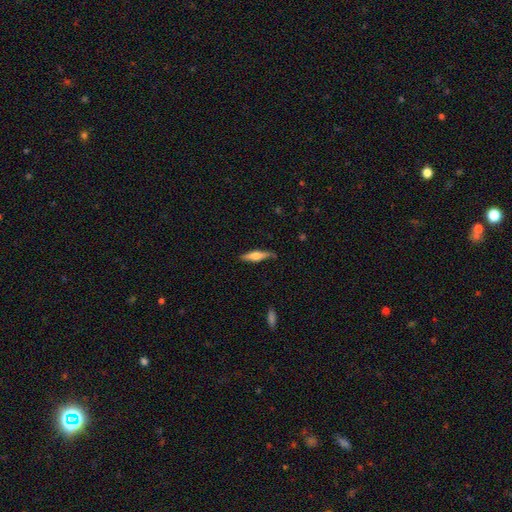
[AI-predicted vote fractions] smooth_or_featured: featured or disk (p=0.50) [alt: smooth p=0.44]
disk_edge_on: yes (p=0.95) [alt: no p=0.05]
merging: none (p=0.81) [alt: minor disturbance p=0.14]